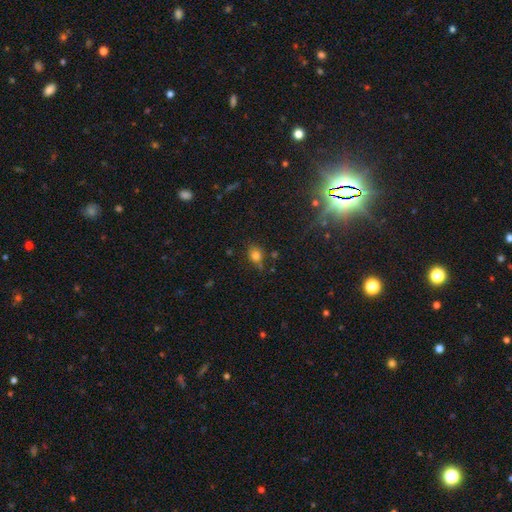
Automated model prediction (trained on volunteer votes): smooth_or_featured: smooth (p=0.75) [alt: star or artifact p=0.17]
how_rounded: round (p=0.54) [alt: in between p=0.45]
merging: none (p=0.63) [alt: minor disturbance p=0.22]